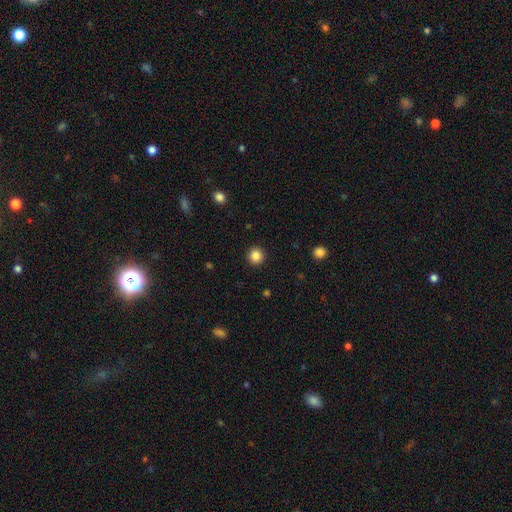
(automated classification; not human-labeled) Overall: smooth (85%). How rounded: round (95%). Merging: none (93%).